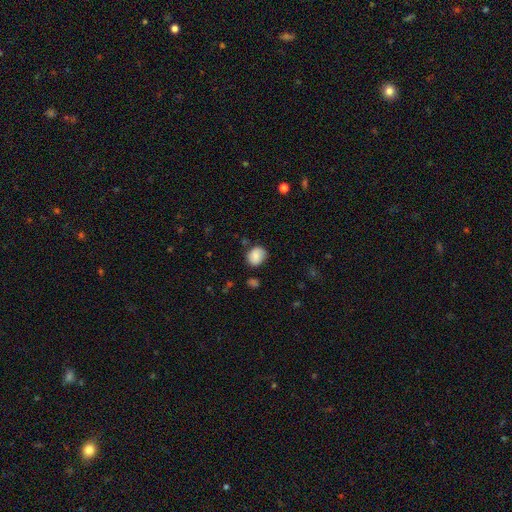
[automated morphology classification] This is clearly a smooth galaxy (81%). How rounded: likely round (61%). Merging: likely none (75%).